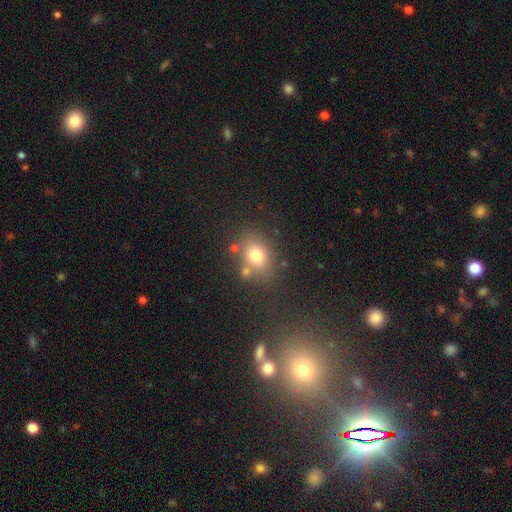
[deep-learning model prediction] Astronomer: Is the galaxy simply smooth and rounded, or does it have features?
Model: smooth — 73%.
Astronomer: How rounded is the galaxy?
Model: round — 51% (runner-up: in between, 48%).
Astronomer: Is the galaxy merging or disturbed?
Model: none — 71%.